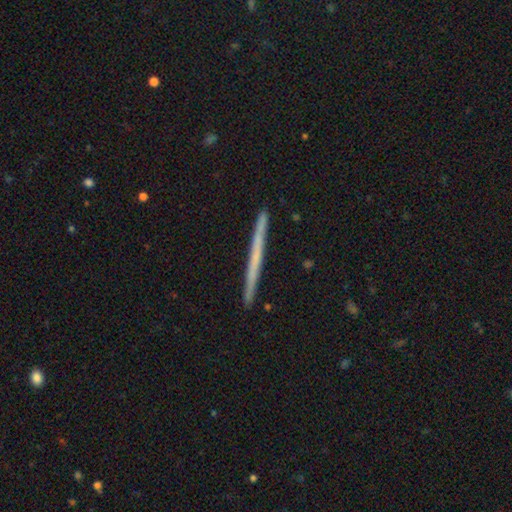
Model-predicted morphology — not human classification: Q: Smooth or featured?
A: featured or disk (50%); runner-up: smooth (43%)
Q: Edge-on disk?
A: yes (98%); runner-up: no (2%)
Q: Merging?
A: none (92%); runner-up: minor disturbance (5%)